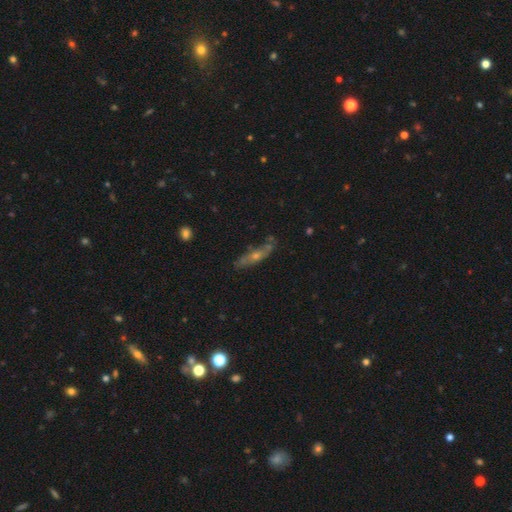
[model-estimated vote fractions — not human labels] Q: Smooth or featured?
A: featured or disk (56%); runner-up: smooth (33%)
Q: Edge-on disk?
A: yes (60%); runner-up: no (40%)
Q: Merging?
A: none (68%); runner-up: minor disturbance (21%)